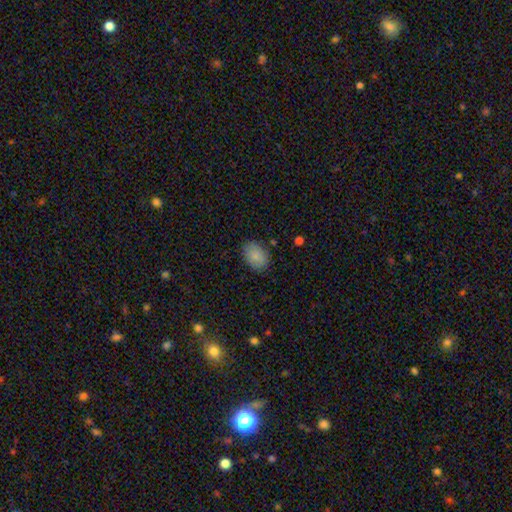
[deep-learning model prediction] Smooth or featured?
  - smooth: 87% *
  - star or artifact: 8%
  - featured or disk: 5%
How rounded?
  - in between: 77% *
  - round: 22%
  - cigar-shaped: 1%
Merging?
  - none: 83% *
  - minor disturbance: 12%
  - major disturbance: 3%
  - merger: 2%